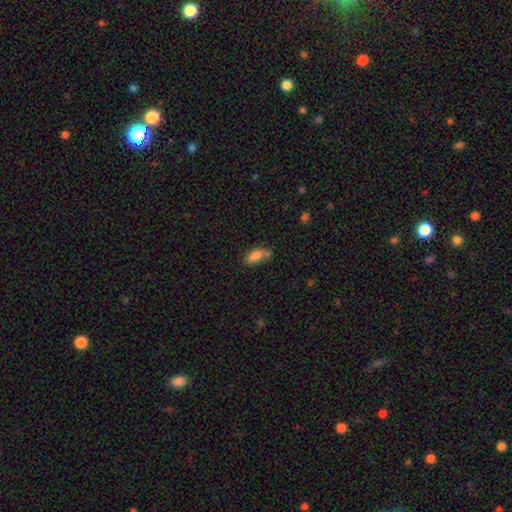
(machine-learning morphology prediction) Smooth or featured? Predicted: smooth (p=0.79). How rounded? Predicted: in between (p=0.85). Merging? Predicted: none (p=0.47).